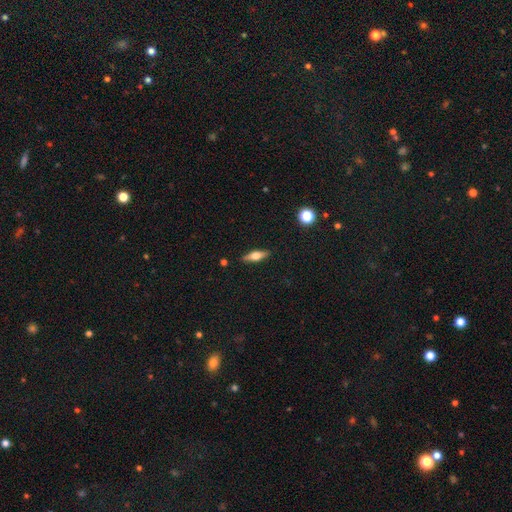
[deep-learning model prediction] The model was most divided on "smooth or featured": smooth: 47%, featured or disk: 45%, star or artifact: 7%. More confident: merging — none (87%).